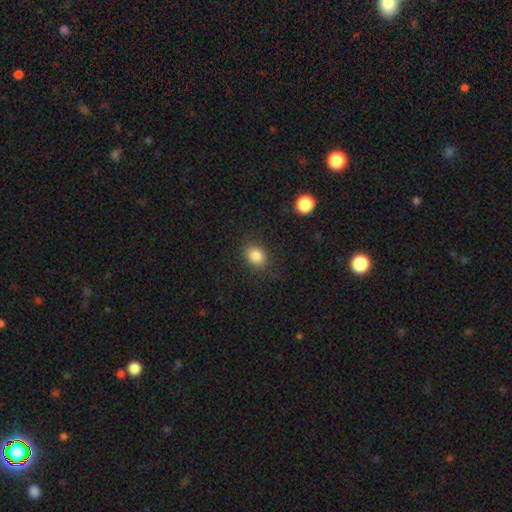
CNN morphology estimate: smooth-or-featured: smooth: 84% | star or artifact: 11% | featured or disk: 5%
  how-rounded: round: 53% | in between: 46% | cigar-shaped: 1%
  merging: none: 85% | minor disturbance: 10% | major disturbance: 4% | merger: 1%